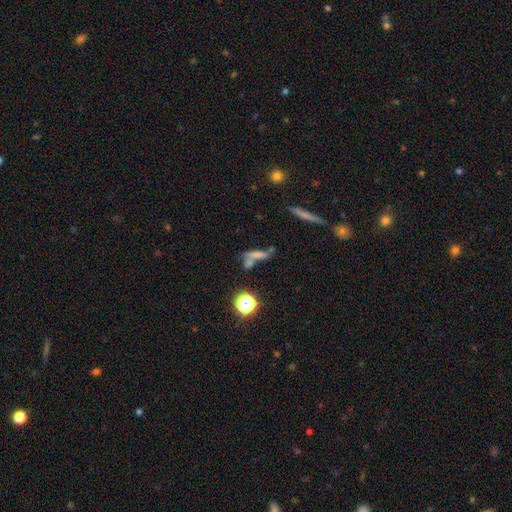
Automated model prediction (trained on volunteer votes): smooth_or_featured: smooth (p=0.54) [alt: featured or disk p=0.27]
how_rounded: cigar-shaped (p=0.61) [alt: in between p=0.28]
merging: none (p=0.39) [alt: merger p=0.36]